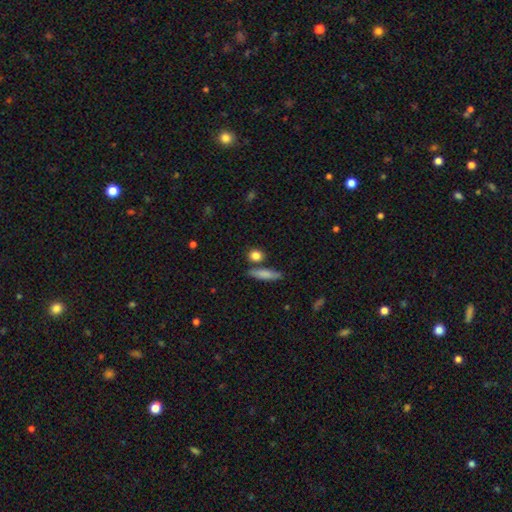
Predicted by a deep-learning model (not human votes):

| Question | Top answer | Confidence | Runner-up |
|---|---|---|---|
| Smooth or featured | smooth | 83% | star or artifact (9%) |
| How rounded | round | 63% | in between (24%) |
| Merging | none | 73% | merger (13%) |